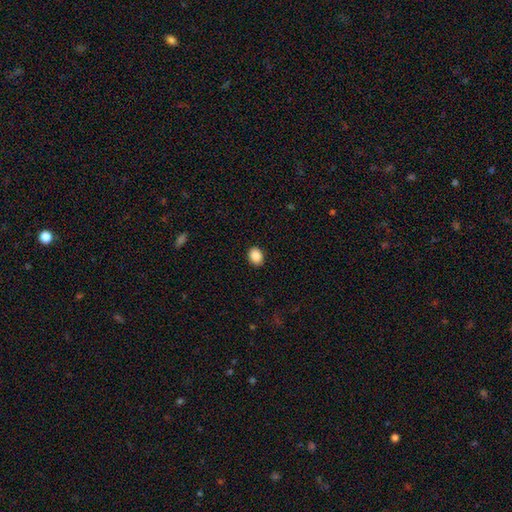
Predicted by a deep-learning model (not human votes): Smooth or featured? Predicted: smooth (p=0.89). How rounded? Predicted: in between (p=0.58). Merging? Predicted: none (p=0.90).